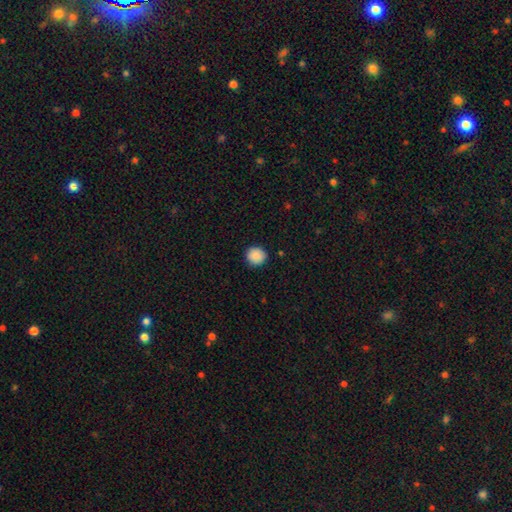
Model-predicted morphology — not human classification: smooth_or_featured: smooth (p=0.89) [alt: star or artifact p=0.08]
how_rounded: round (p=0.90) [alt: in between p=0.09]
merging: none (p=0.90) [alt: minor disturbance p=0.07]